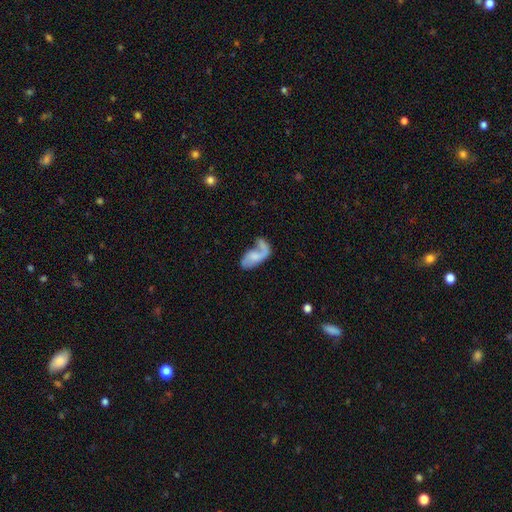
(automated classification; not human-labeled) smooth-or-featured: featured or disk: 69% | smooth: 24% | star or artifact: 7%
  disk-edge-on: no: 96% | yes: 4%
    bar: no: 59% | weak: 33% | strong: 8%
    has-spiral-arms: yes: 89% | no: 11%
      spiral-winding: loose: 63% | medium: 28% | tight: 9%
      spiral-arm-count: 2: 57% | 1: 37% | can't tell: 4% | 3: 1% | 4: 1% | more than 4: 1%
    bulge-size: none: 36% | small: 30% | moderate: 25% | large: 8% | dominant: 2%
  merging: none: 38% | major disturbance: 29% | minor disturbance: 21% | merger: 12%